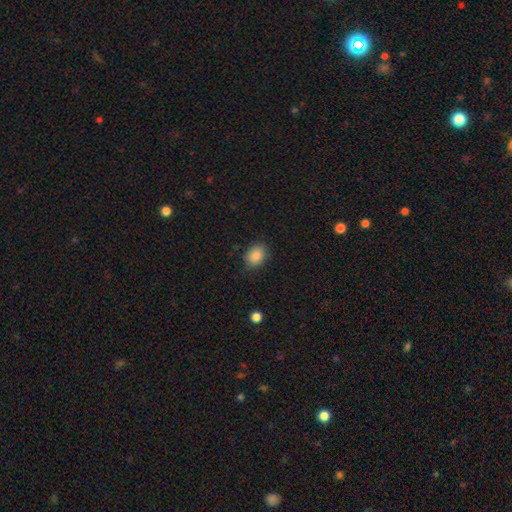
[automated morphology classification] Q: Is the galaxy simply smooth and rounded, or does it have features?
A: smooth — 88%.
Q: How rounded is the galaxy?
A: in between — 64%.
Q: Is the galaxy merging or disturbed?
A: none — 85%.